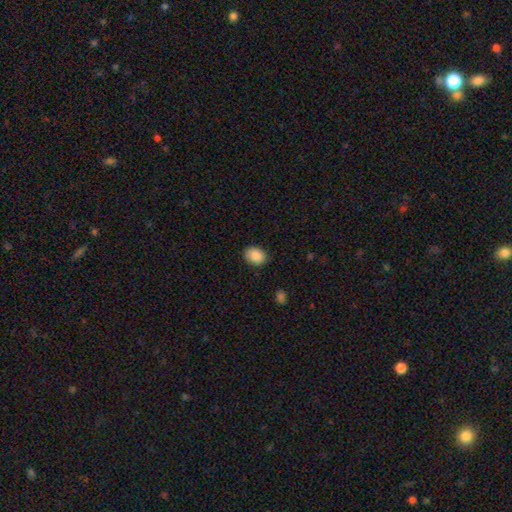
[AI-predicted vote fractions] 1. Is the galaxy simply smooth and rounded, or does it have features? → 88% smooth, 7% star or artifact, 5% featured or disk.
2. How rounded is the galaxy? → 65% in between, 34% round, 1% cigar-shaped.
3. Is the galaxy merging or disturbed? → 85% none, 11% minor disturbance, 2% major disturbance, 1% merger.